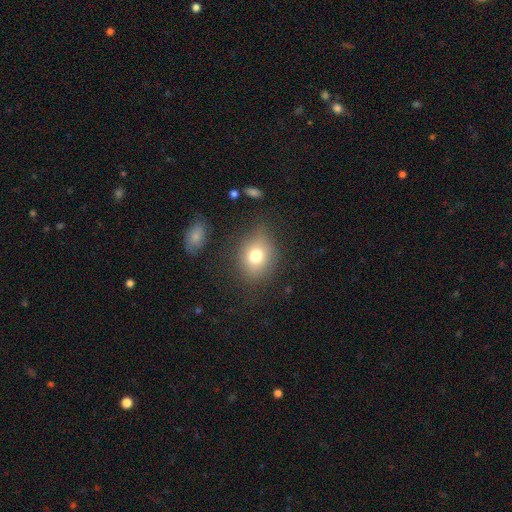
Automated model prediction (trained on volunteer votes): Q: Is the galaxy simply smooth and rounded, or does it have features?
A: smooth — 75%.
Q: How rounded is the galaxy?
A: in between — 50%.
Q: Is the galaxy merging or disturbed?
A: none — 74%.